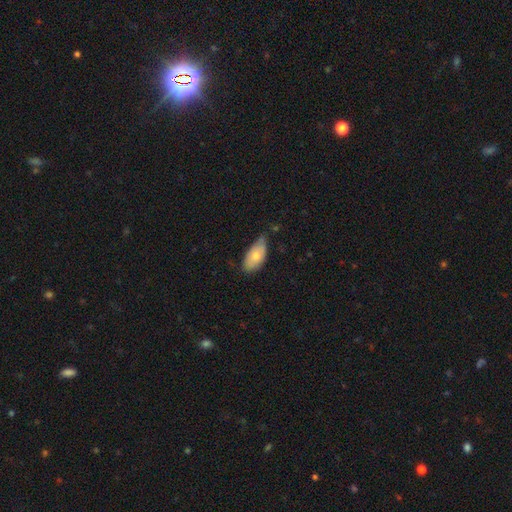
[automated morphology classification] A smooth galaxy with no disk features (73%) that is in between round and cigar-shaped (92%). Merging: none (52%).